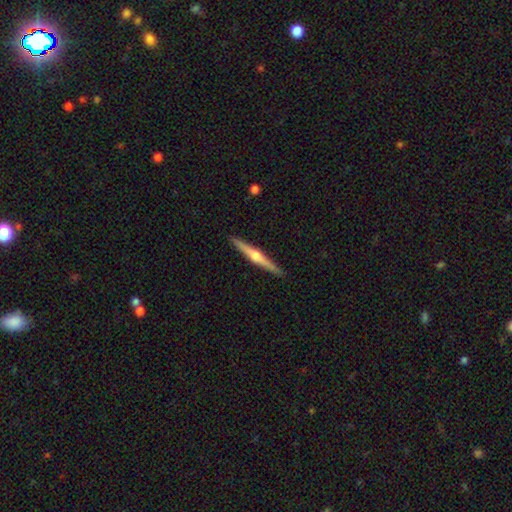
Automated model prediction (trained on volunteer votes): Smooth or featured?
  - featured or disk: 74% *
  - smooth: 21%
  - star or artifact: 5%
Edge-on disk?
  - yes: 98% *
  - no: 2%
Edge-on bulge?
  - rounded: 92% *
  - none: 5%
  - boxy: 3%
Merging?
  - none: 92% *
  - minor disturbance: 6%
  - major disturbance: 1%
  - merger: 1%